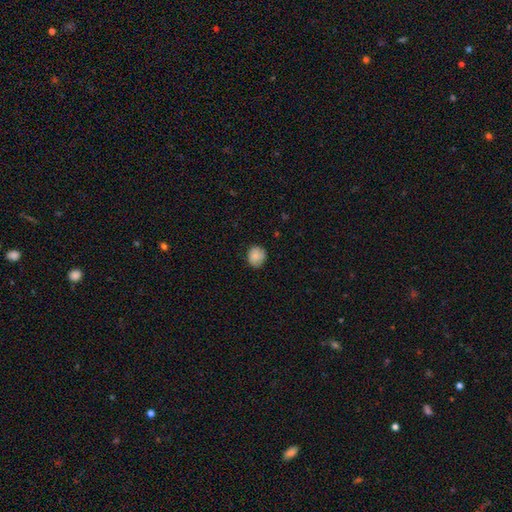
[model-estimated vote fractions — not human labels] Smooth or featured?
  - smooth: 86% *
  - star or artifact: 8%
  - featured or disk: 6%
How rounded?
  - round: 78% *
  - in between: 21%
  - cigar-shaped: 1%
Merging?
  - none: 80% *
  - minor disturbance: 16%
  - major disturbance: 3%
  - merger: 1%